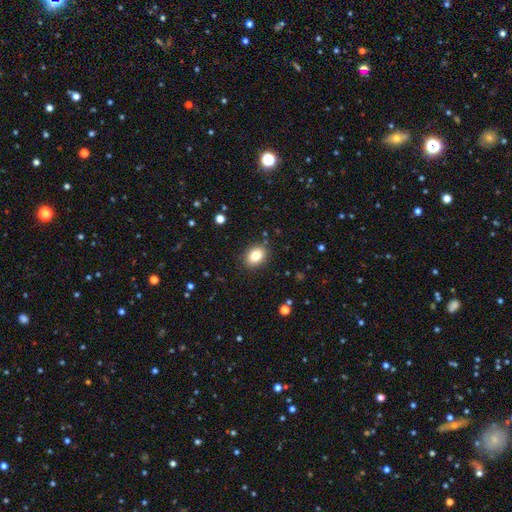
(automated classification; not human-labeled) Smooth or featured?
  - smooth: 82% *
  - star or artifact: 10%
  - featured or disk: 9%
How rounded?
  - in between: 63% *
  - round: 36%
  - cigar-shaped: 1%
Merging?
  - none: 88% *
  - minor disturbance: 9%
  - major disturbance: 3%
  - merger: 1%